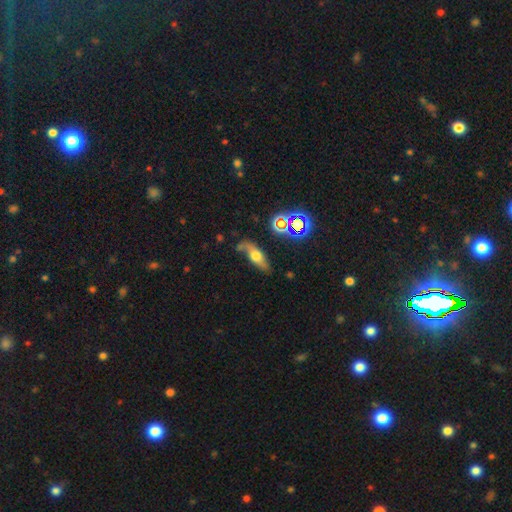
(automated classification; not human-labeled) Q: Smooth or featured?
A: smooth (45%); runner-up: featured or disk (41%)
Q: Merging?
A: none (53%); runner-up: minor disturbance (26%)